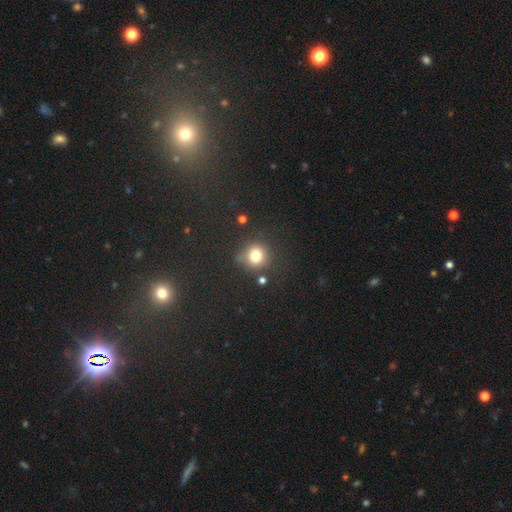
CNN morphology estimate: Smooth or featured?
  - smooth: 78% *
  - star or artifact: 15%
  - featured or disk: 7%
How rounded?
  - round: 87% *
  - in between: 12%
  - cigar-shaped: 1%
Merging?
  - none: 73% *
  - minor disturbance: 15%
  - merger: 6%
  - major disturbance: 6%